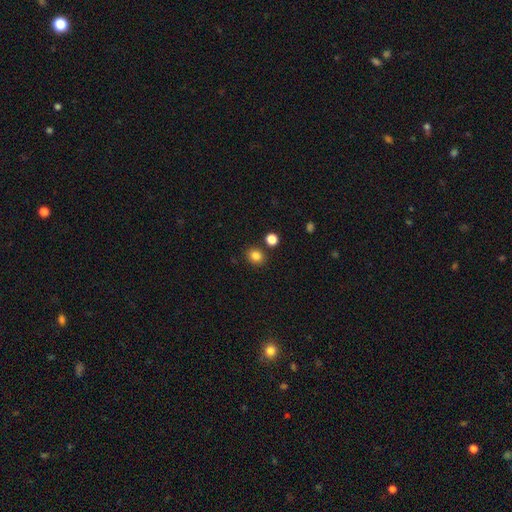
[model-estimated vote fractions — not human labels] This appears to be a smooth galaxy with no disk features (84%) that is round (68%). Merging: none (83%).